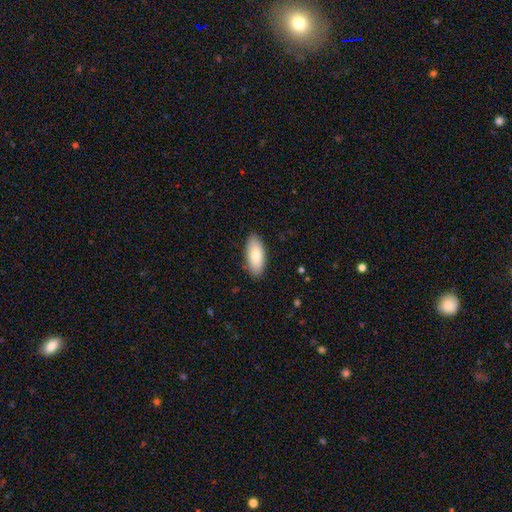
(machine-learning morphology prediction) The model was most divided on "smooth or featured": smooth: 81%, featured or disk: 13%, star or artifact: 6%. More confident: merging — none (88%); how rounded — in between (86%).